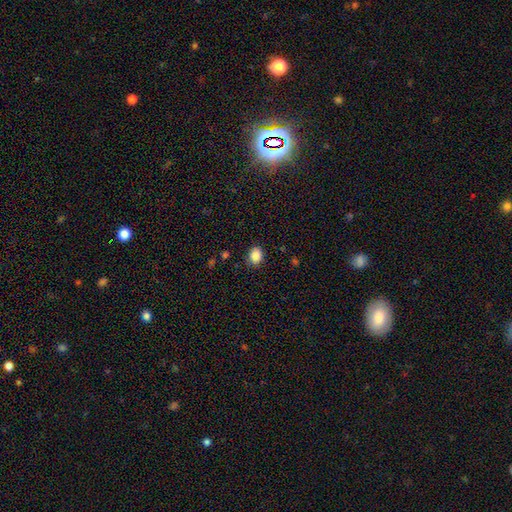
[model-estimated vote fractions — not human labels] Smooth or featured? smooth (87%)
How rounded? round (57%)
Merging? none (87%)